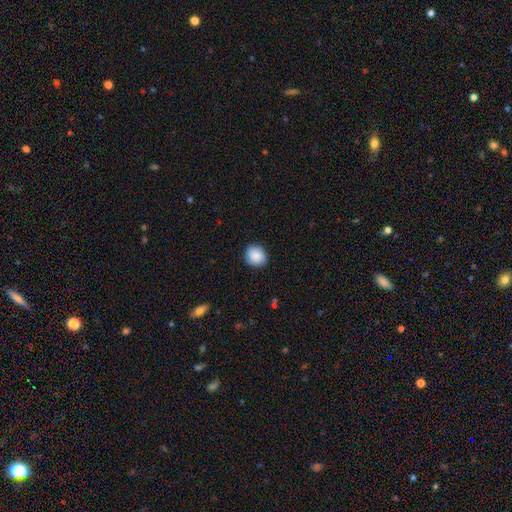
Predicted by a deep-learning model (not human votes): This is clearly a smooth galaxy (89%). How rounded: likely round (73%). Merging: clearly none (89%).